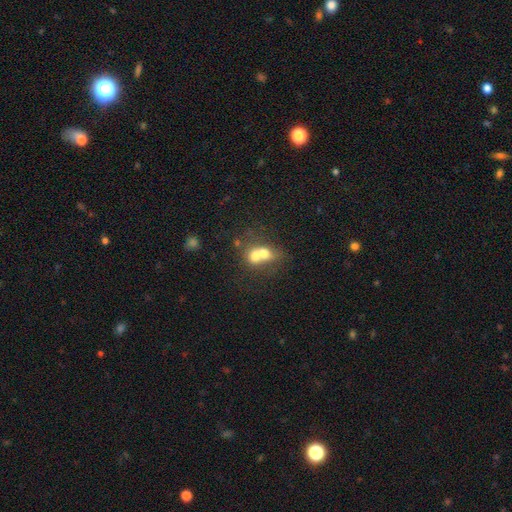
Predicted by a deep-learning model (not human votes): Q: Smooth or featured?
A: smooth (64%); runner-up: featured or disk (25%)
Q: How rounded?
A: round (60%); runner-up: in between (38%)
Q: Merging?
A: merger (72%); runner-up: none (19%)